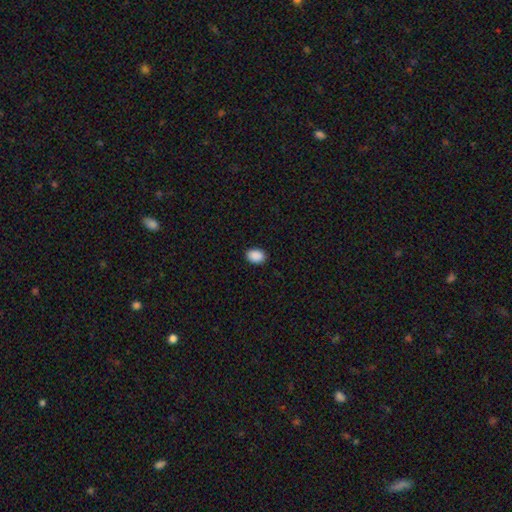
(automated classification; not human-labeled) Smooth or featured?
  - smooth: 90% *
  - star or artifact: 8%
  - featured or disk: 2%
How rounded?
  - in between: 77% *
  - round: 22%
  - cigar-shaped: 1%
Merging?
  - none: 90% *
  - minor disturbance: 8%
  - major disturbance: 2%
  - merger: 1%